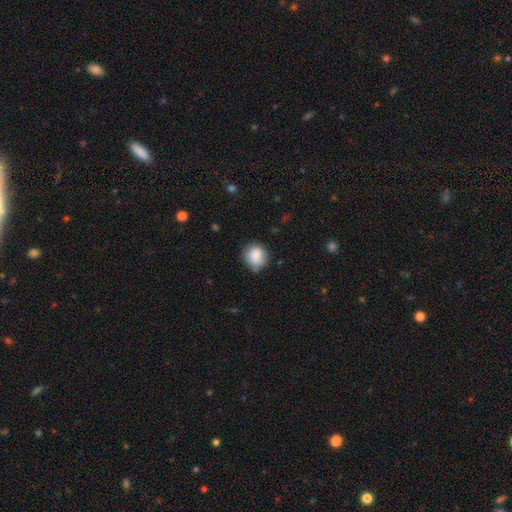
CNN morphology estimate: Smooth or featured? Predicted: smooth (p=0.86). How rounded? Predicted: round (p=0.81). Merging? Predicted: none (p=0.71).